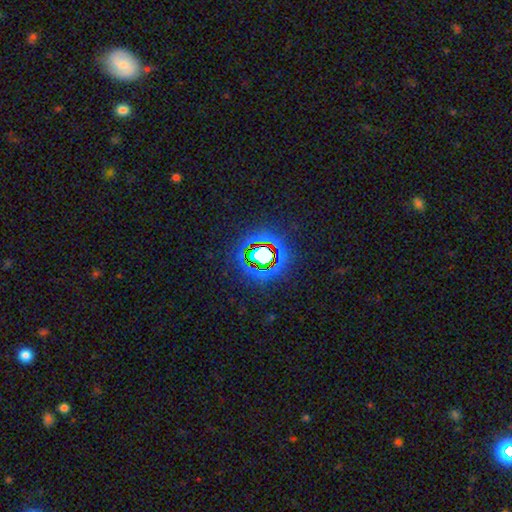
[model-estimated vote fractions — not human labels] Smooth or featured? Predicted: star or artifact (p=0.75).